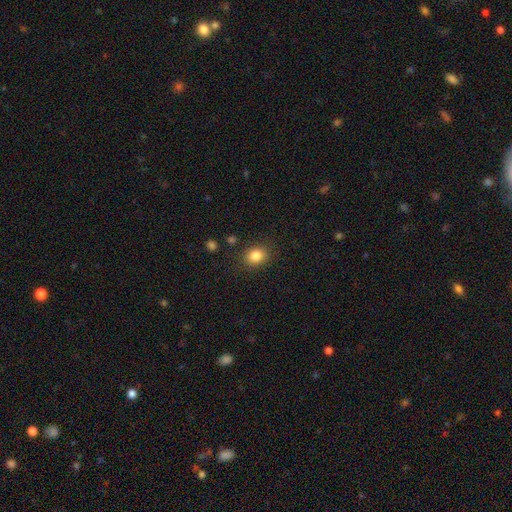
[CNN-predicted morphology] Smooth or featured?
  - smooth: 84% *
  - star or artifact: 10%
  - featured or disk: 5%
How rounded?
  - round: 63% *
  - in between: 36%
  - cigar-shaped: 1%
Merging?
  - none: 85% *
  - minor disturbance: 9%
  - major disturbance: 3%
  - merger: 2%